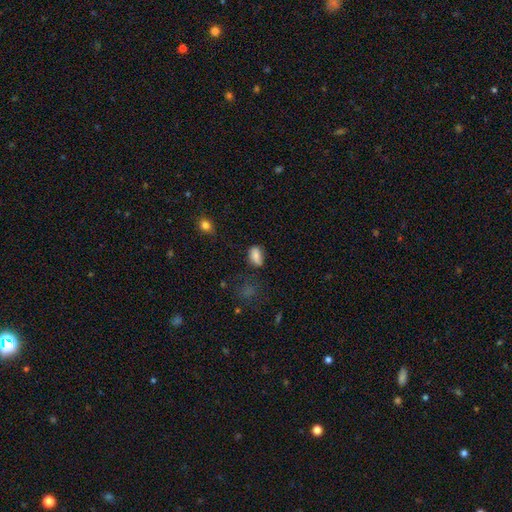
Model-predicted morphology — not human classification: A smooth galaxy with no disk features (79%) that is in between round and cigar-shaped (86%).

Vote fractions:
- Smooth or featured? smooth: 79% / featured or disk: 11% / star or artifact: 10%
- How rounded? in between: 86% / round: 11% / cigar-shaped: 3%
- Merging? none: 66% / minor disturbance: 23% / major disturbance: 7% / merger: 4%